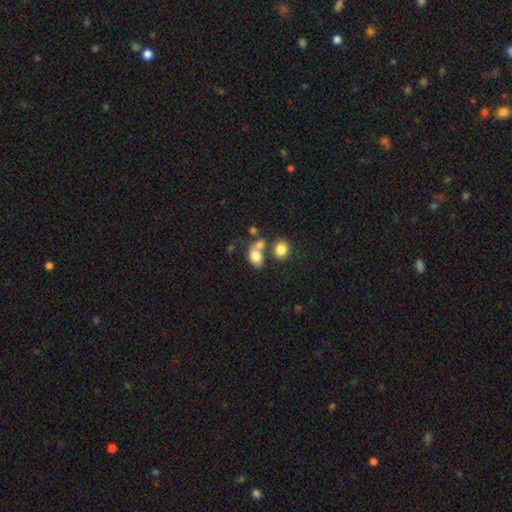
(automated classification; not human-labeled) A smooth galaxy with no disk features (76%) that is in between round and cigar-shaped (74%). Merging: merger (46%).